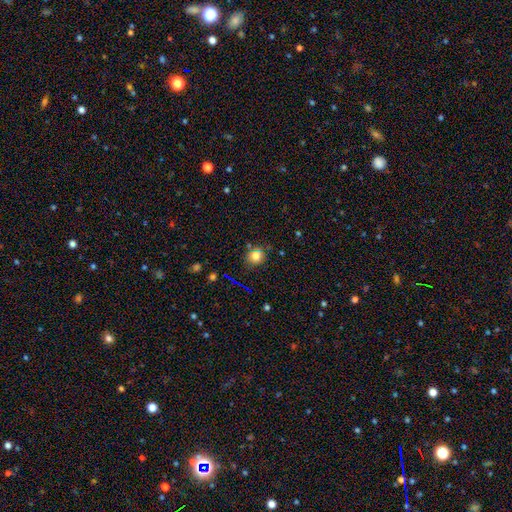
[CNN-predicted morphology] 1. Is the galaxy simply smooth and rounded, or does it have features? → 77% smooth, 14% star or artifact, 8% featured or disk.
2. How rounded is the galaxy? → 76% round, 23% in between, 1% cigar-shaped.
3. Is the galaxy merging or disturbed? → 78% none, 14% minor disturbance, 5% merger, 3% major disturbance.